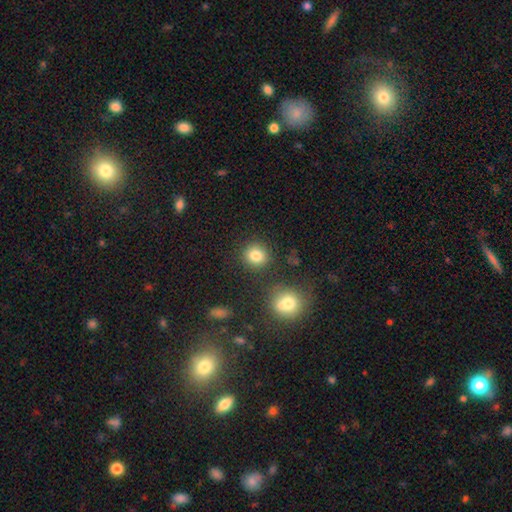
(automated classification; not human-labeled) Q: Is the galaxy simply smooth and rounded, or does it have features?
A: smooth — 83%.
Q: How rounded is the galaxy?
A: round — 85%.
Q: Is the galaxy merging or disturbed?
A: none — 84%.